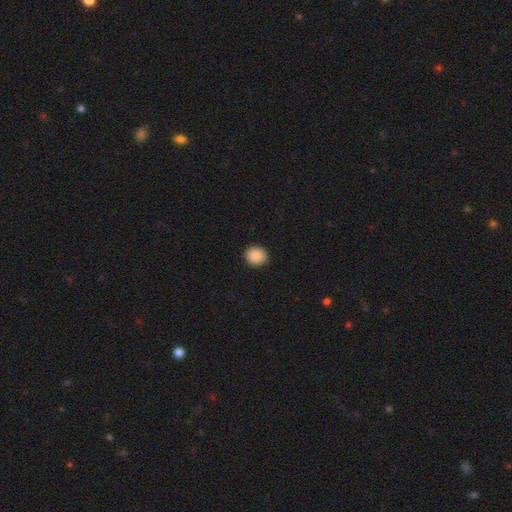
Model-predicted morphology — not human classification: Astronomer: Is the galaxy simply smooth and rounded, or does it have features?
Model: smooth — 88%.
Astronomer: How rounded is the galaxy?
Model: round — 81%.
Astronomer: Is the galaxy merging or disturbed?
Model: none — 90%.